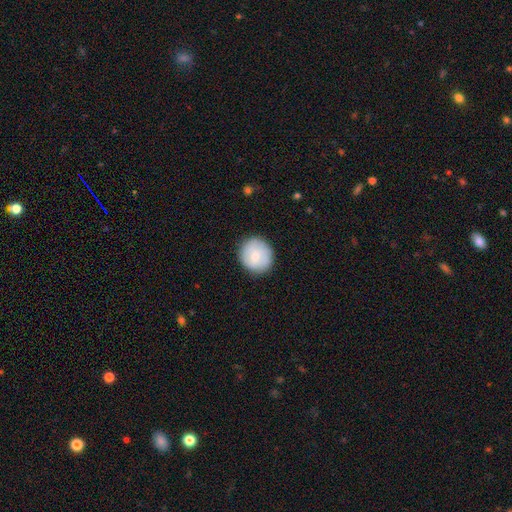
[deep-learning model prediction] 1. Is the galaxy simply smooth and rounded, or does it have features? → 72% smooth, 21% featured or disk, 6% star or artifact.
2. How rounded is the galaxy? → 88% round, 11% in between, 1% cigar-shaped.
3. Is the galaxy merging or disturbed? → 84% none, 12% minor disturbance, 3% major disturbance, 1% merger.